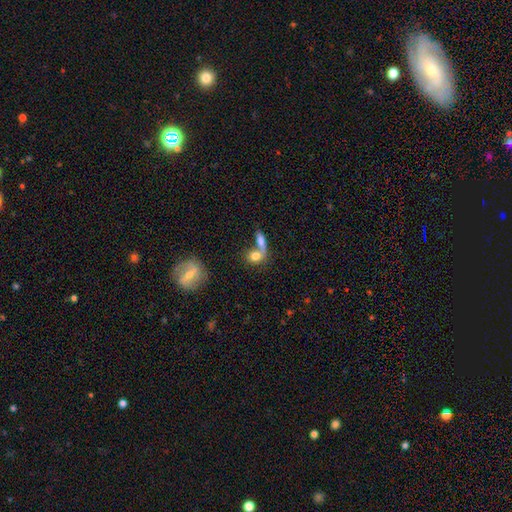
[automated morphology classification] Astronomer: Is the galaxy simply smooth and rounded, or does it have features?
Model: smooth — 74%.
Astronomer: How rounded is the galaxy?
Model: round — 47%, tied with in between at 47%.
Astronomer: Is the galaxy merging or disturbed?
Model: merger — 50% (runner-up: none, 35%).